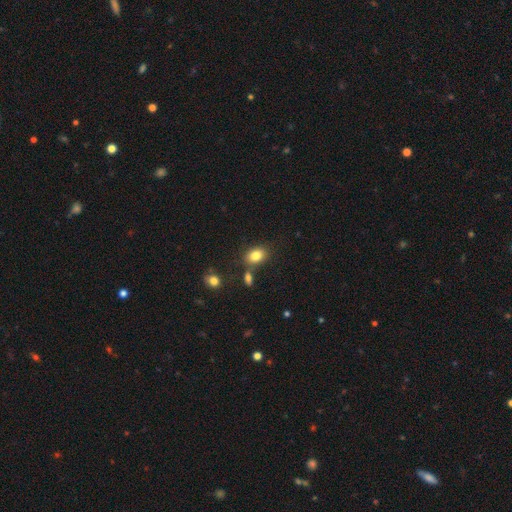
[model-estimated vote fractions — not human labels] Smooth or featured? Predicted: smooth (p=0.82). How rounded? Predicted: in between (p=0.74). Merging? Predicted: none (p=0.70).